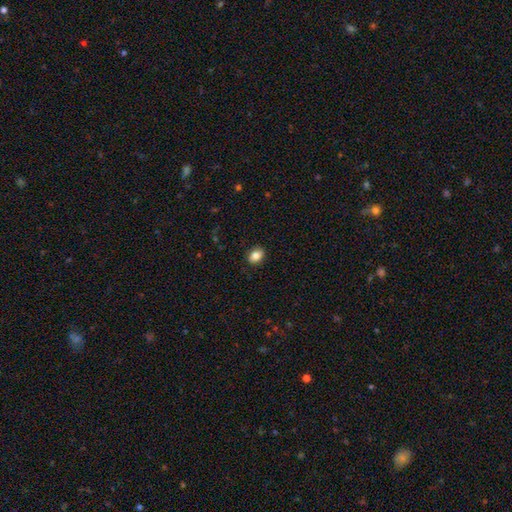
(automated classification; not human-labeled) smooth 85%, star or artifact 9%, featured or disk 6%. Down the decision tree: how rounded — in between (65%); merging — none (88%).